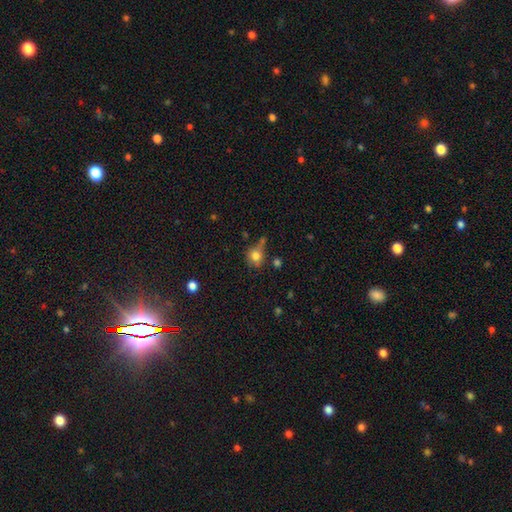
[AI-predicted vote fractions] Q: Smooth or featured?
A: smooth (77%); runner-up: star or artifact (12%)
Q: How rounded?
A: round (79%); runner-up: in between (19%)
Q: Merging?
A: none (51%); runner-up: minor disturbance (24%)